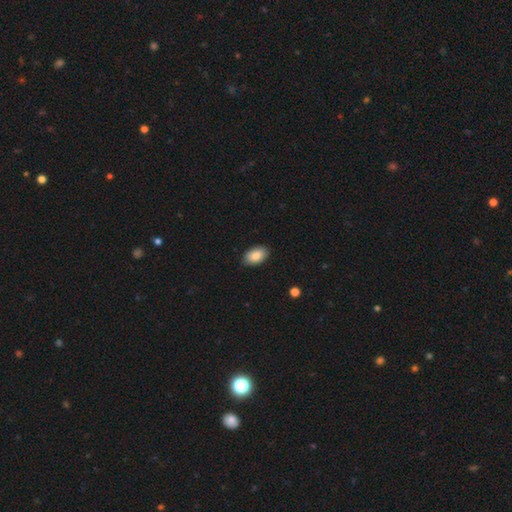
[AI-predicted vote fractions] smooth_or_featured: smooth (p=0.86) [alt: featured or disk p=0.08]
how_rounded: in between (p=0.94) [alt: round p=0.05]
merging: none (p=0.87) [alt: minor disturbance p=0.10]